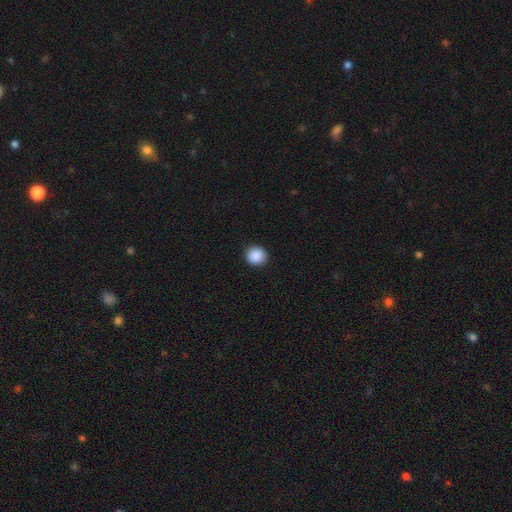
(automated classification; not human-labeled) This is clearly a smooth galaxy (89%). How rounded: clearly round (93%). Merging: clearly none (92%).